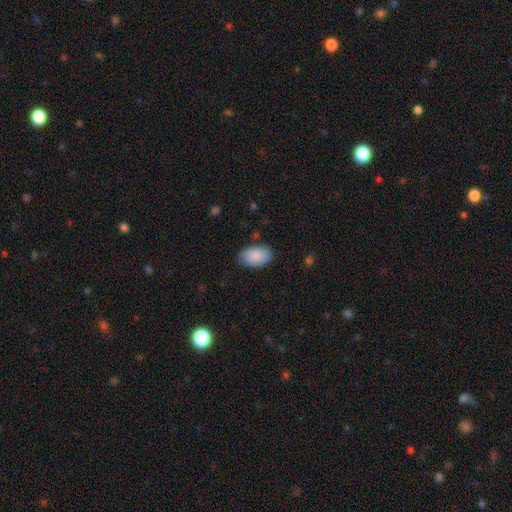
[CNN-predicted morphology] type=smooth (89%); roundness=in between (94%); merging=none (83%).